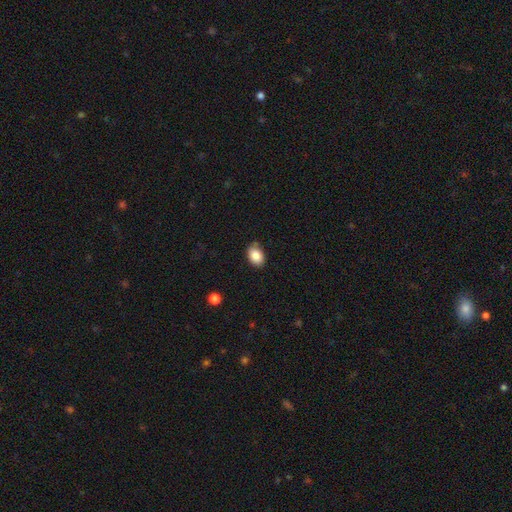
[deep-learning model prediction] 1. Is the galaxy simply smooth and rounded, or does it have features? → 86% smooth, 8% star or artifact, 6% featured or disk.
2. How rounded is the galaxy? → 80% in between, 19% round, 1% cigar-shaped.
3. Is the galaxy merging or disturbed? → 77% none, 19% minor disturbance, 3% major disturbance, 1% merger.